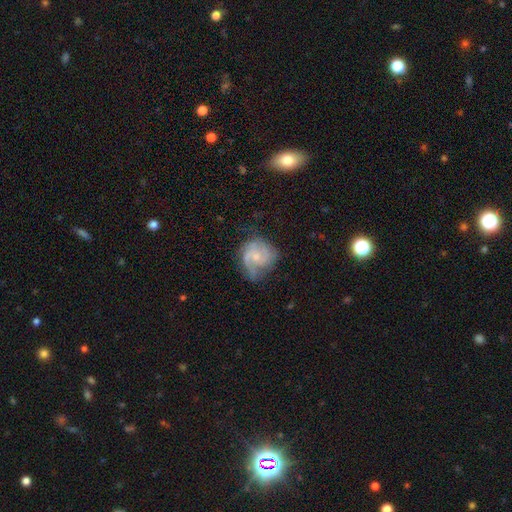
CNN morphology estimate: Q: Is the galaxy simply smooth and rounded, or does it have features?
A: featured or disk — 74%.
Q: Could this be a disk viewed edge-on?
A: no — 98%.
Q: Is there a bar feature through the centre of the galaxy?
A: no — 65%.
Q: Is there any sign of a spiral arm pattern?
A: yes — 93%.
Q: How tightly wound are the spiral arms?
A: medium — 46%.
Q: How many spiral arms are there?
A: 2 — 50%.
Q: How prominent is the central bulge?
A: small — 59%.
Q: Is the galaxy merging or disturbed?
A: none — 59%.